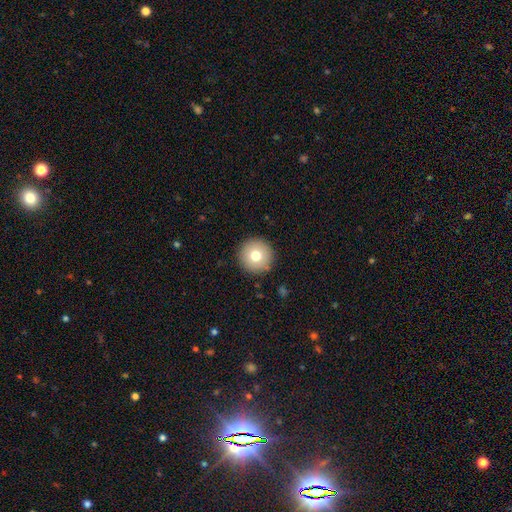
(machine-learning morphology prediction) type=smooth (75%); roundness=round (96%); merging=none (92%).